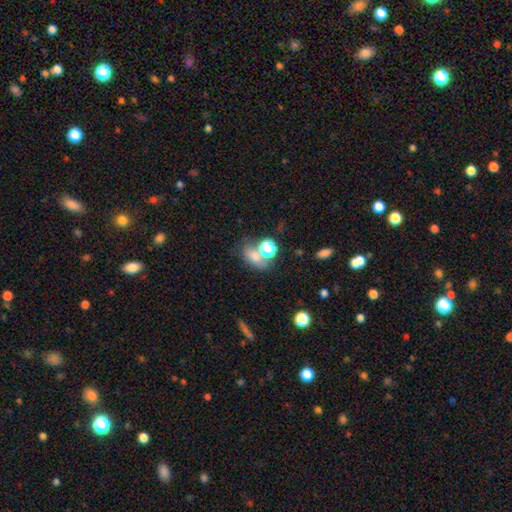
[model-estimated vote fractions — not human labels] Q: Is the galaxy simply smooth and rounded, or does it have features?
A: smooth — 58%.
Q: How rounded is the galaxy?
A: in between — 58%.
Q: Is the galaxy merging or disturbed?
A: none — 50%.